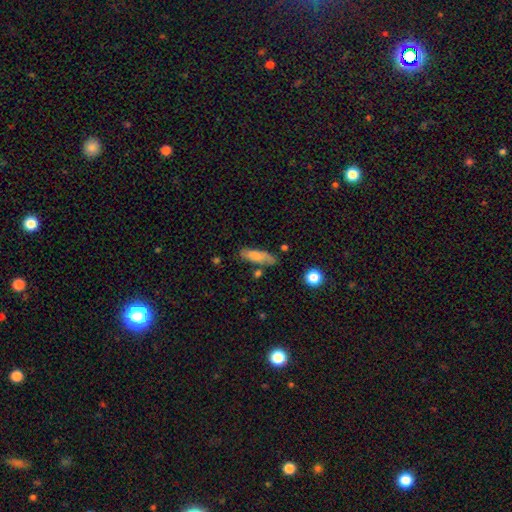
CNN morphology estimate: smooth 68%, featured or disk 25%, star or artifact 8%. Down the decision tree: how rounded — in between (50%); merging — none (65%).